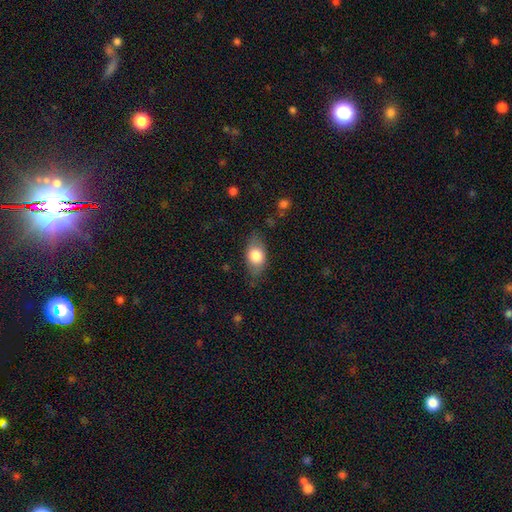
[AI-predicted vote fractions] Morphology: type=smooth (76%); roundness=in between (87%); merging=none (74%).